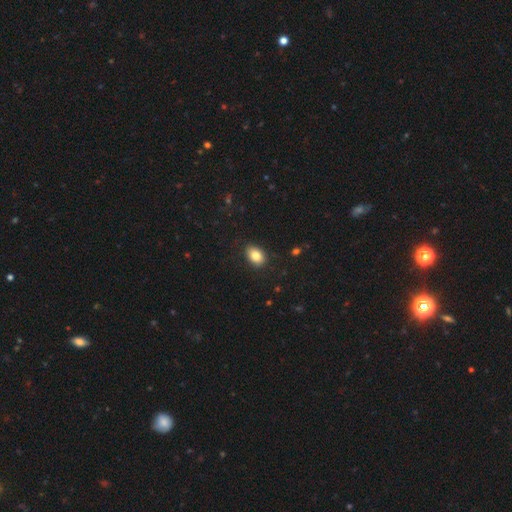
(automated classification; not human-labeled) Q: Smooth or featured?
A: smooth (83%); runner-up: star or artifact (9%)
Q: How rounded?
A: in between (81%); runner-up: round (18%)
Q: Merging?
A: none (85%); runner-up: minor disturbance (12%)